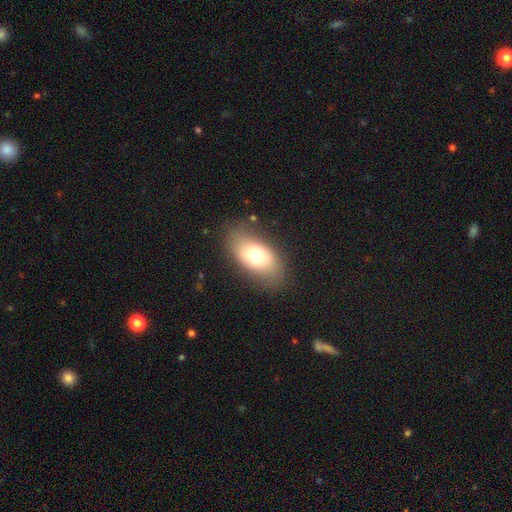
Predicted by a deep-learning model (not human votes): Overall: smooth (71%). How rounded: in between (91%). Merging: none (80%).